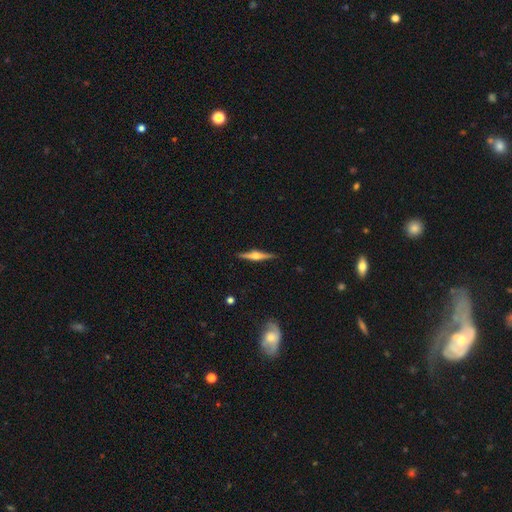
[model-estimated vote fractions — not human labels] Overall: featured or disk (77%). Edge-on disk: yes (98%). Edge-on bulge: rounded (88%). Merging: none (91%).